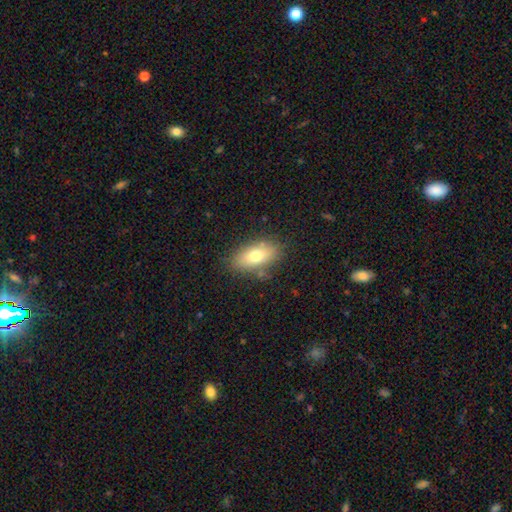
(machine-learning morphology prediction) This is likely a smooth galaxy (73%). How rounded: clearly in between (85%). Merging: clearly none (81%).